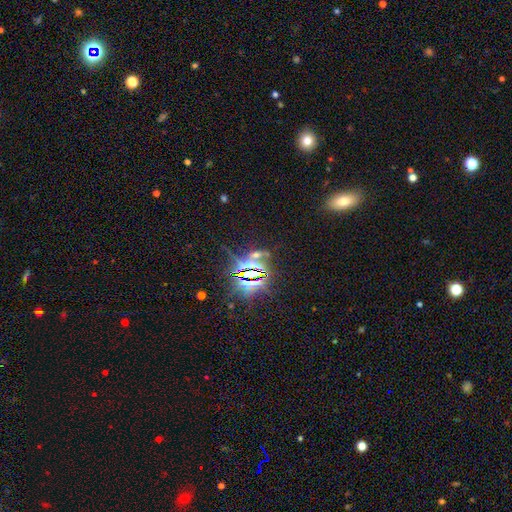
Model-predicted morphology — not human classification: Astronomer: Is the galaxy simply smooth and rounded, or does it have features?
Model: star or artifact — 78%.